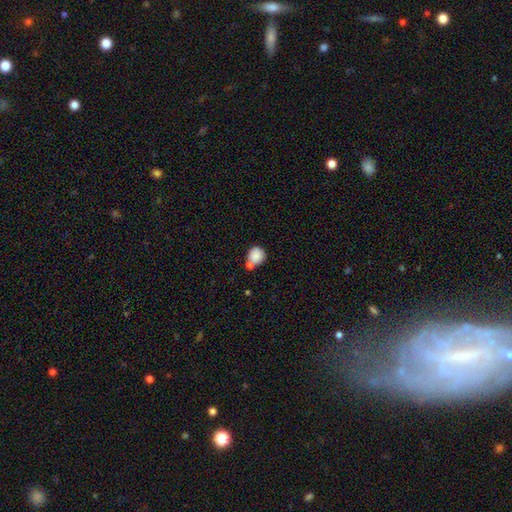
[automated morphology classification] smooth-or-featured: smooth: 85% | star or artifact: 9% | featured or disk: 6%
  how-rounded: round: 86% | in between: 13% | cigar-shaped: 1%
  merging: none: 51% | merger: 32% | minor disturbance: 13% | major disturbance: 4%